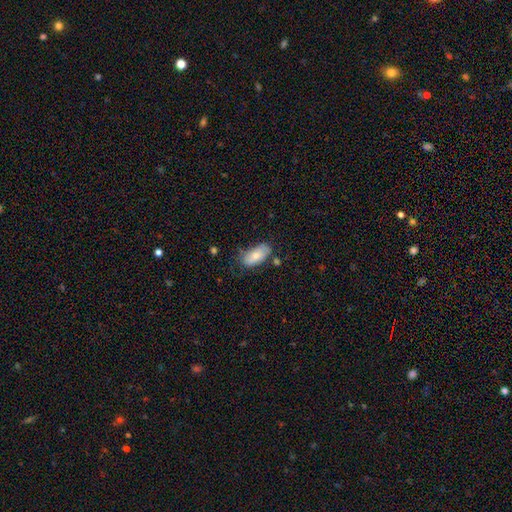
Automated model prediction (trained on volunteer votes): The model was most divided on "merging": none: 61%, minor disturbance: 27%, major disturbance: 7%, merger: 5%. More confident: how rounded — in between (91%); smooth or featured — smooth (77%).